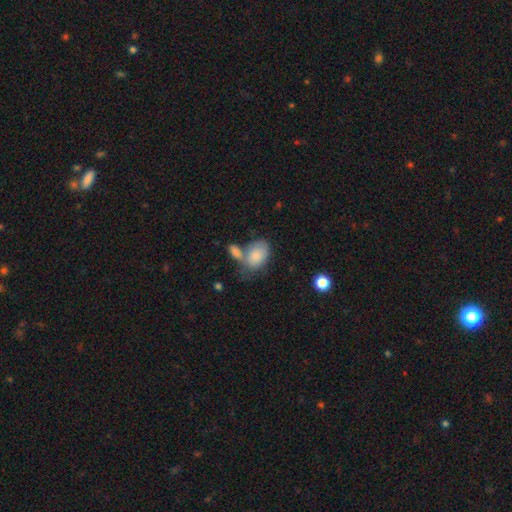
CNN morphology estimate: Smooth or featured? smooth (80%)
How rounded? in between (87%)
Merging? merger (42%)